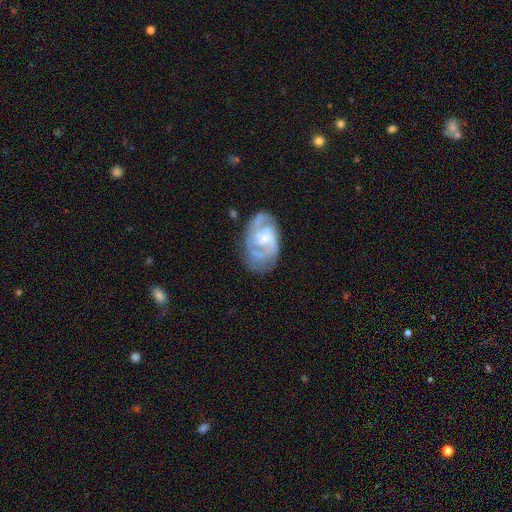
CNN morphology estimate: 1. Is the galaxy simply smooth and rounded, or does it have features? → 83% featured or disk, 12% smooth, 5% star or artifact.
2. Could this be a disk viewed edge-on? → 98% no, 2% yes.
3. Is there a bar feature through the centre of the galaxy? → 54% no, 39% weak, 7% strong.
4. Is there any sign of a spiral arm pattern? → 94% yes, 6% no.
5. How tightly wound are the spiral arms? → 45% medium, 43% tight, 12% loose.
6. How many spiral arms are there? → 57% 2, 17% 3, 17% can't tell, 4% 1, 3% 4, 3% more than 4.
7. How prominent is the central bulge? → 56% small, 26% moderate, 14% none, 3% large, 1% dominant.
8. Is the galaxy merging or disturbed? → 65% none, 22% minor disturbance, 11% major disturbance, 3% merger.